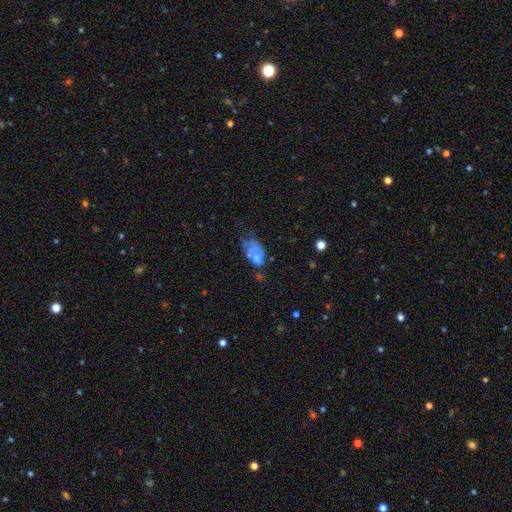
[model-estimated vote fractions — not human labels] This is possibly a smooth galaxy (56%). How rounded: clearly in between (86%). Merging: marginally major disturbance (36%).